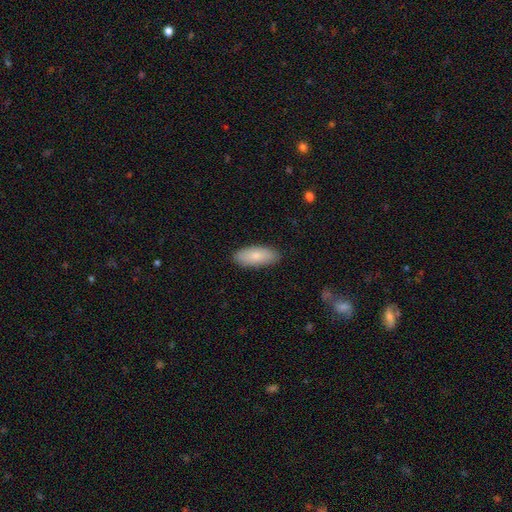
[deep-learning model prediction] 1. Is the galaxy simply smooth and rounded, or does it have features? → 82% smooth, 12% featured or disk, 6% star or artifact.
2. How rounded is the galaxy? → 83% in between, 15% cigar-shaped, 2% round.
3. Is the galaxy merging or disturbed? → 88% none, 9% minor disturbance, 2% major disturbance, 1% merger.